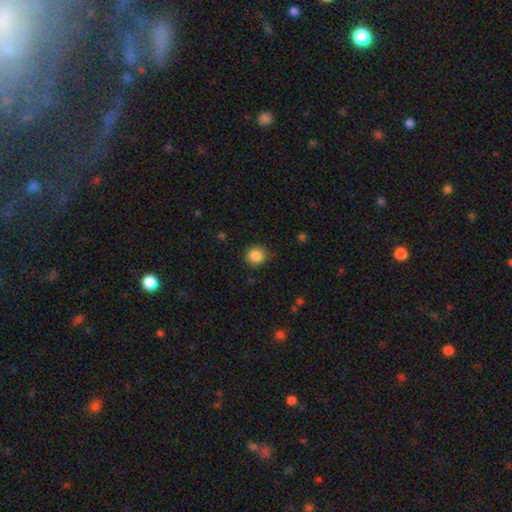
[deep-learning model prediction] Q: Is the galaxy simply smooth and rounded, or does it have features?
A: smooth — 86%.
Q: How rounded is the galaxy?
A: round — 91%.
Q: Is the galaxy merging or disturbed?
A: none — 89%.